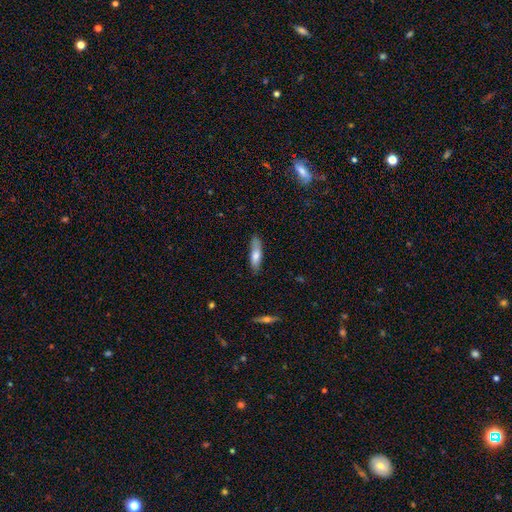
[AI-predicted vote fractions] smooth 70%, featured or disk 24%, star or artifact 6%. Down the decision tree: how rounded — cigar-shaped (64%); merging — none (76%).